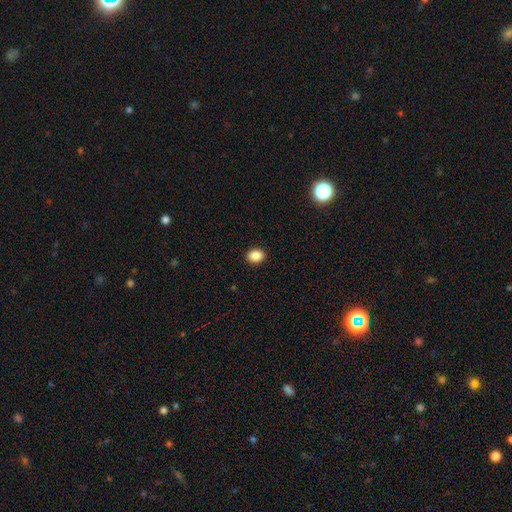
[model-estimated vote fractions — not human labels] Smooth or featured? Predicted: smooth (p=0.89). How rounded? Predicted: in between (p=0.53). Merging? Predicted: none (p=0.91).